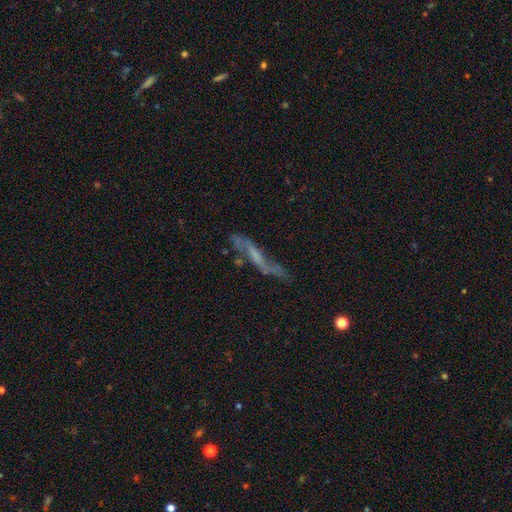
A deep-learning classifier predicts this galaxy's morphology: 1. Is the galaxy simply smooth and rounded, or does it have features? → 66% featured or disk, 23% smooth, 11% star or artifact.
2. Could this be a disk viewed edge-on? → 58% no, 42% yes.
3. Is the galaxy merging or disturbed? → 55% none, 22% minor disturbance, 16% major disturbance, 6% merger.